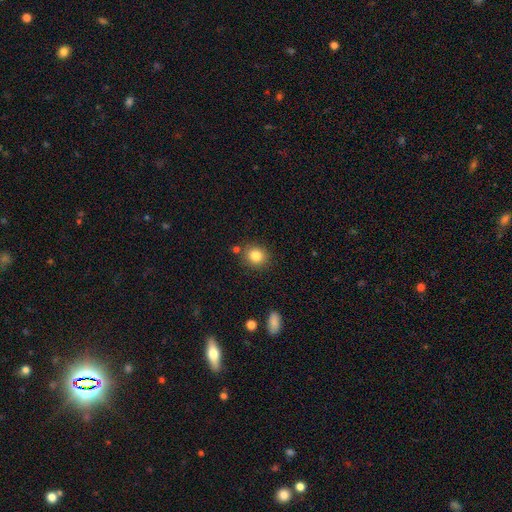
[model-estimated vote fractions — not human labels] smooth-or-featured: smooth: 84% | star or artifact: 10% | featured or disk: 7%
  how-rounded: round: 76% | in between: 23% | cigar-shaped: 1%
  merging: none: 82% | minor disturbance: 10% | merger: 5% | major disturbance: 3%